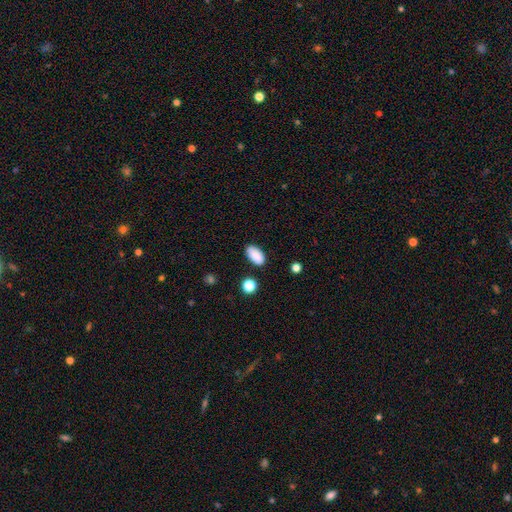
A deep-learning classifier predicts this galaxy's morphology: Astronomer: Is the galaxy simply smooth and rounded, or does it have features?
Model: smooth — 89%.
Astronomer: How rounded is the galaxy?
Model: in between — 94%.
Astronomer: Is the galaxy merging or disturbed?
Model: none — 86%.